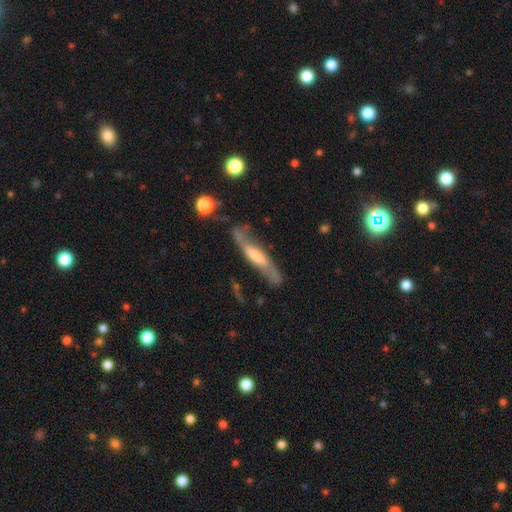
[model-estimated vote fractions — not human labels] A featured or disk galaxy (75%).

Vote fractions:
- Smooth or featured? featured or disk: 75% / smooth: 18% / star or artifact: 7%
- Edge-on disk? no: 55% / yes: 45%
- Merging? none: 69% / minor disturbance: 19% / major disturbance: 9% / merger: 3%